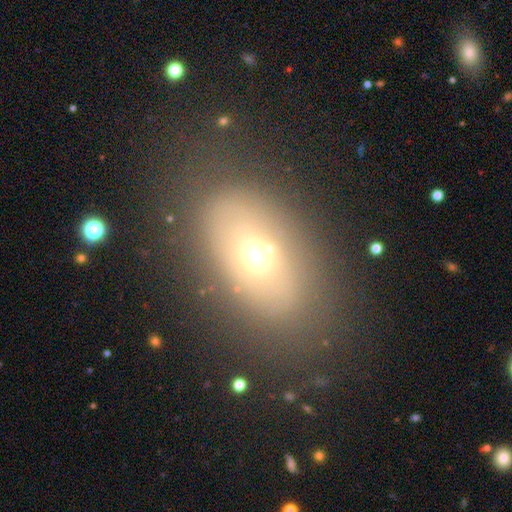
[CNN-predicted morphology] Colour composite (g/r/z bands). It shows a smooth galaxy with no disk features (57%) that is in between round and cigar-shaped (81%). Merging: none (74%).